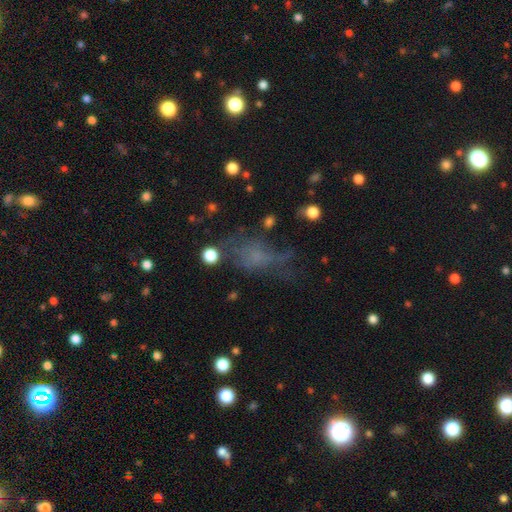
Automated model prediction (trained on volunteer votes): Q: Smooth or featured?
A: smooth (46%); runner-up: featured or disk (27%)
Q: Merging?
A: none (44%); runner-up: major disturbance (29%)